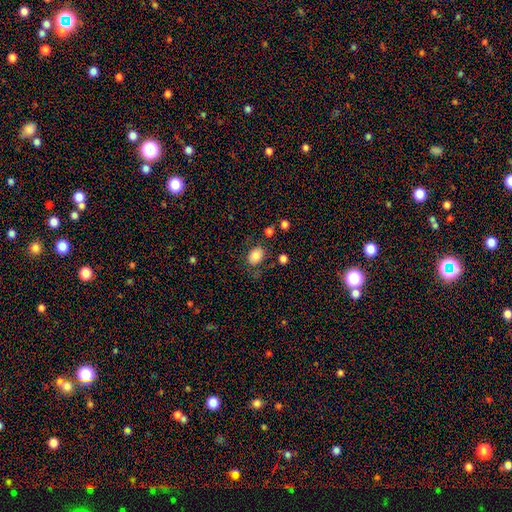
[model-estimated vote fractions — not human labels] Smooth or featured? Predicted: smooth (p=0.81). How rounded? Predicted: in between (p=0.68). Merging? Predicted: none (p=0.67).